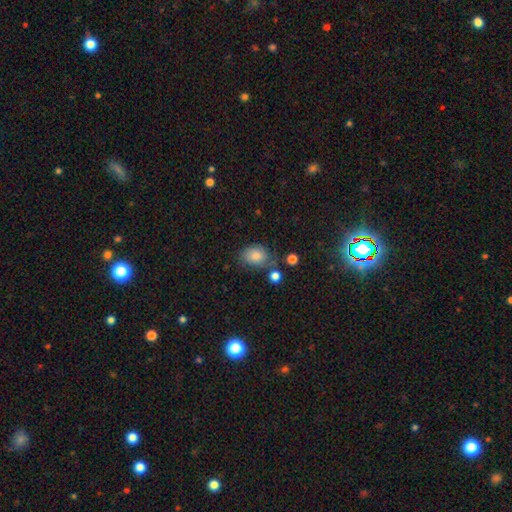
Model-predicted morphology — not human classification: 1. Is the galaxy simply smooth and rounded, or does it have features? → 76% smooth, 12% star or artifact, 11% featured or disk.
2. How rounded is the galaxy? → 60% in between, 39% round, 1% cigar-shaped.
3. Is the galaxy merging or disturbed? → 63% none, 22% minor disturbance, 7% major disturbance, 7% merger.